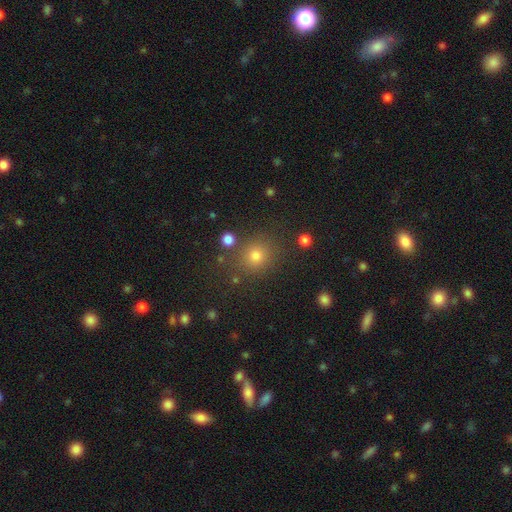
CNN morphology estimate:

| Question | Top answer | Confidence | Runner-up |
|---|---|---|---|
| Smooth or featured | smooth | 75% | star or artifact (19%) |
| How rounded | round | 86% | in between (13%) |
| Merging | none | 83% | minor disturbance (9%) |